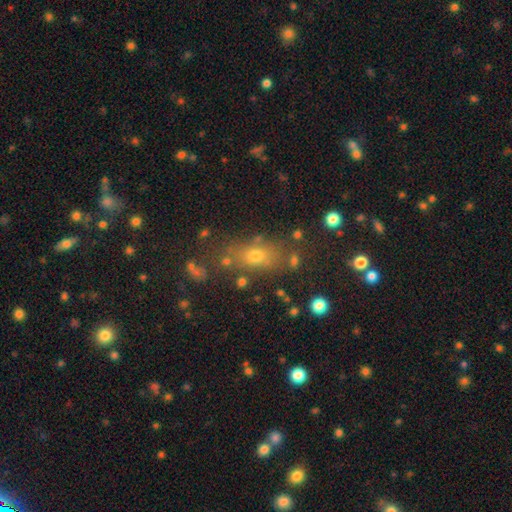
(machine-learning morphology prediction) The model was most divided on "how rounded": in between: 66%, round: 23%, cigar-shaped: 11%. More confident: merging — none (71%); smooth or featured — smooth (66%).